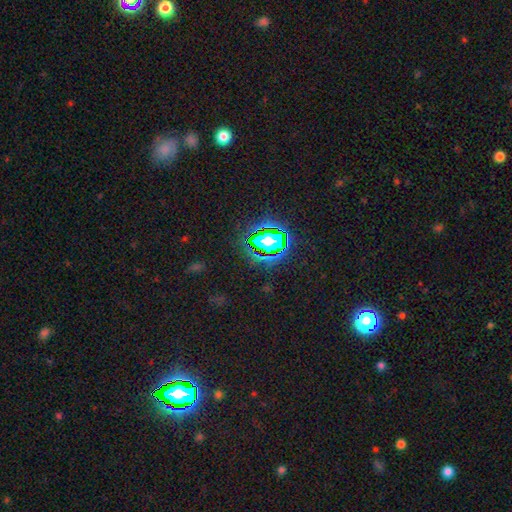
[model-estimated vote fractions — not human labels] smooth_or_featured: star or artifact (p=0.78) [alt: smooth p=0.14]